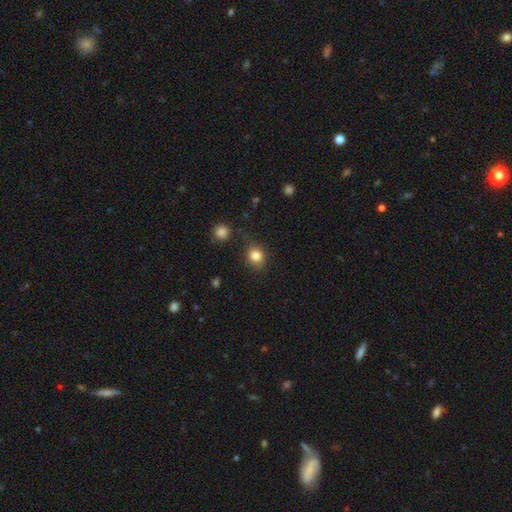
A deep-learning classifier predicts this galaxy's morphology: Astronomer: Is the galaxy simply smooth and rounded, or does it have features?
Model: smooth — 83%.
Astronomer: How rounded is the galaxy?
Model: round — 74%.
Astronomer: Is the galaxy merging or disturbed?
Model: none — 80%.